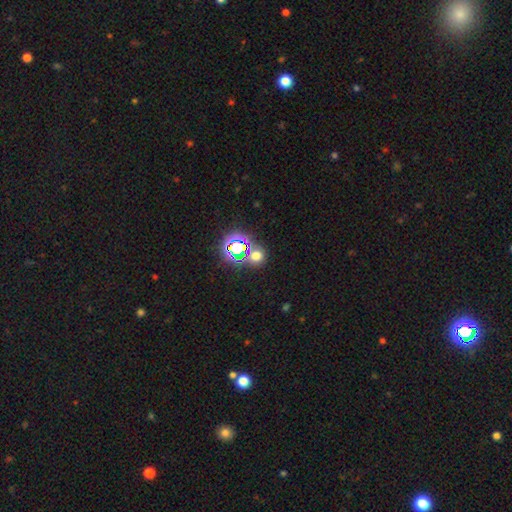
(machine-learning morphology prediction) Smooth or featured: smooth — 54% (star or artifact — 38%)
How rounded: round — 82% (in between — 17%)
Merging: none — 72% (merger — 15%)